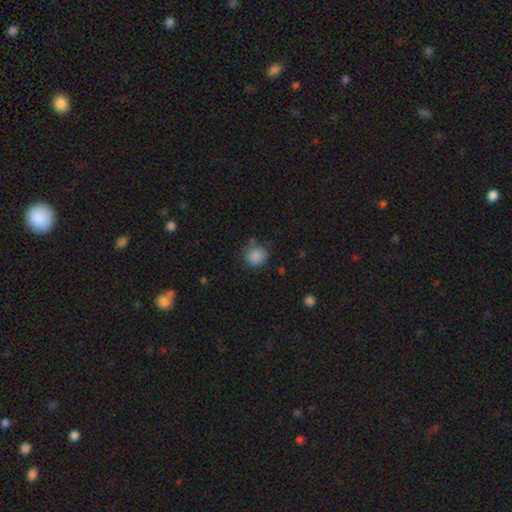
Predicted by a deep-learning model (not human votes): smooth_or_featured: smooth (p=0.86) [alt: star or artifact p=0.09]
how_rounded: round (p=0.87) [alt: in between p=0.12]
merging: none (p=0.72) [alt: minor disturbance p=0.19]